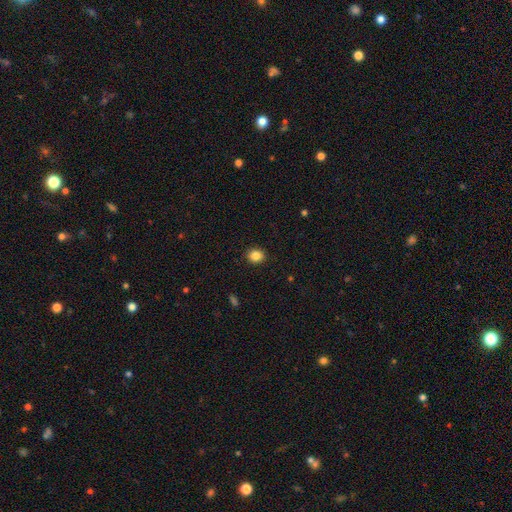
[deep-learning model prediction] Q: Smooth or featured?
A: smooth (86%); runner-up: star or artifact (10%)
Q: How rounded?
A: round (68%); runner-up: in between (31%)
Q: Merging?
A: none (91%); runner-up: minor disturbance (6%)